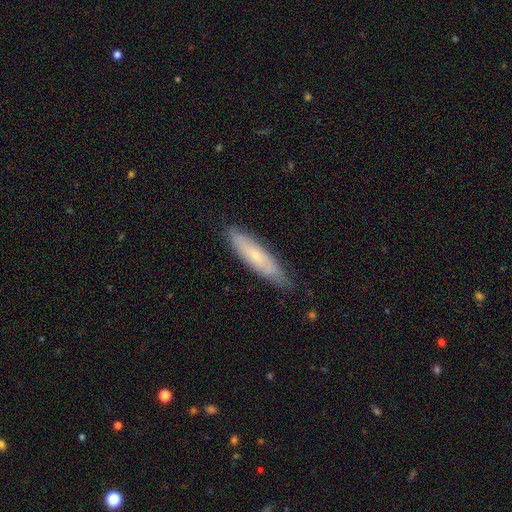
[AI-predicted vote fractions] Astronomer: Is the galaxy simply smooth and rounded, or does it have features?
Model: smooth — 52% (runner-up: featured or disk, 42%).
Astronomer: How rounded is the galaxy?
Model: cigar-shaped — 74%.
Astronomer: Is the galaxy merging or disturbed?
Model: none — 78%.